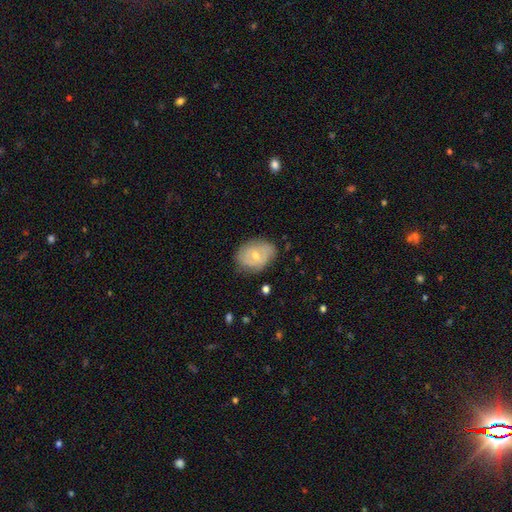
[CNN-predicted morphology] Overall: featured or disk (49%; smooth 45%). Merging: none (68%).